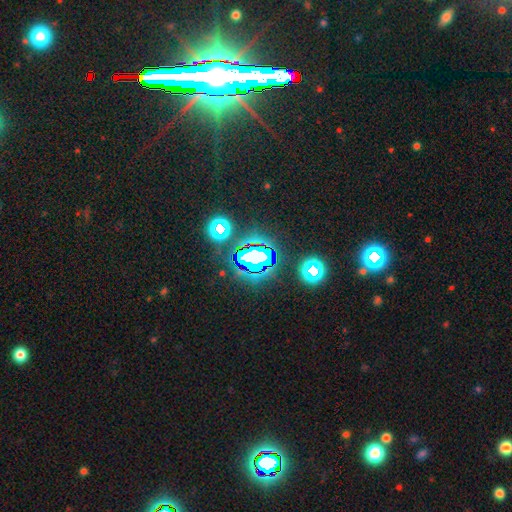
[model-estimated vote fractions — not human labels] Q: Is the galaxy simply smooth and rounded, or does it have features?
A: star or artifact — 70%.